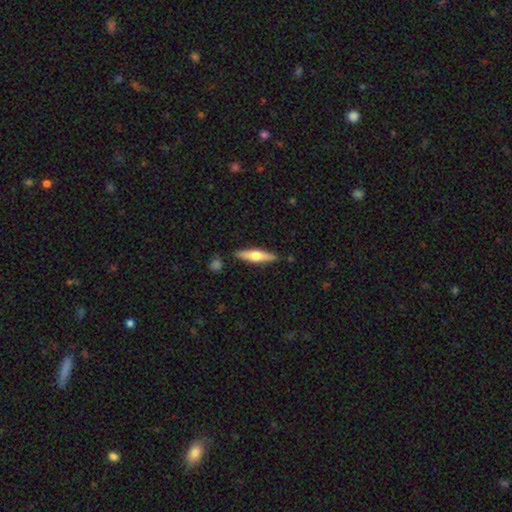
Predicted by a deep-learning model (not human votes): Morphology: type=featured or disk (48%); merging=none (87%).